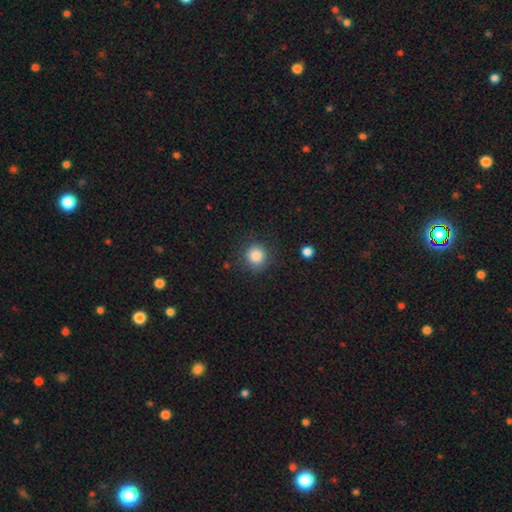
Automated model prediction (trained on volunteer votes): Smooth or featured?
  - smooth: 84% *
  - star or artifact: 10%
  - featured or disk: 5%
How rounded?
  - round: 92% *
  - in between: 7%
  - cigar-shaped: 1%
Merging?
  - none: 84% *
  - minor disturbance: 10%
  - major disturbance: 4%
  - merger: 2%